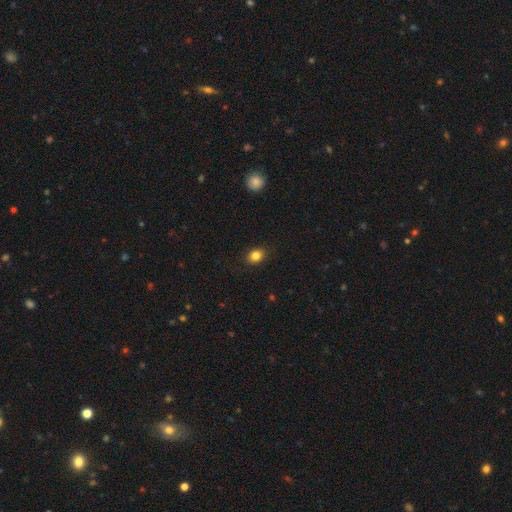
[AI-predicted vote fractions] smooth-or-featured: smooth: 84% | star or artifact: 10% | featured or disk: 5%
  how-rounded: in between: 56% | round: 43% | cigar-shaped: 1%
  merging: none: 89% | minor disturbance: 8% | major disturbance: 2% | merger: 1%